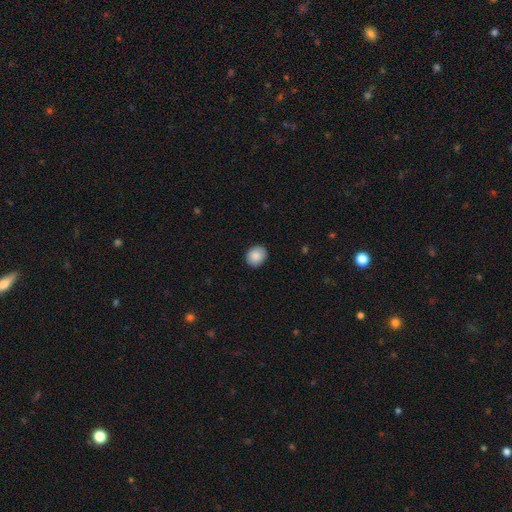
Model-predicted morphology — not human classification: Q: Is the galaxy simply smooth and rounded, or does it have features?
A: smooth — 88%.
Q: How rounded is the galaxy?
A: round — 64%.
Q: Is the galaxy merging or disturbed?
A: none — 88%.